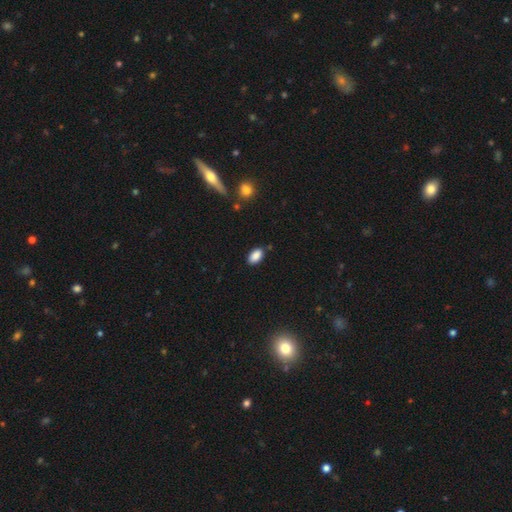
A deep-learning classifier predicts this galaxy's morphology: A smooth galaxy with no disk features (88%) that is in between round and cigar-shaped (93%).

Vote fractions:
- Smooth or featured? smooth: 88% / star or artifact: 8% / featured or disk: 4%
- How rounded? in between: 93% / round: 5% / cigar-shaped: 3%
- Merging? none: 84% / minor disturbance: 12% / major disturbance: 2% / merger: 2%